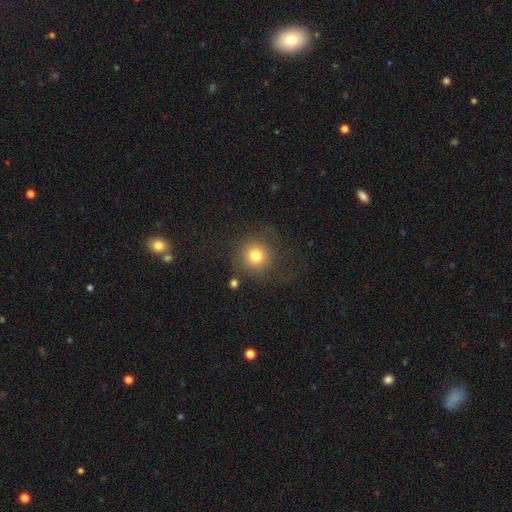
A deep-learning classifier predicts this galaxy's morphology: A smooth galaxy with no disk features (77%) that is round (93%). Merging: none (72%).